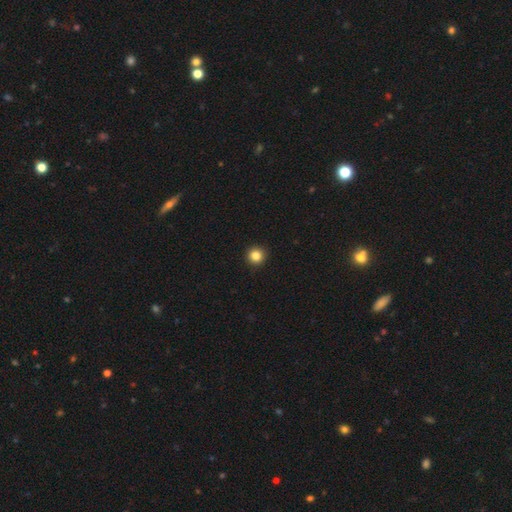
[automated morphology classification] A smooth galaxy with no disk features (85%) that is round (95%).

Vote fractions:
- Smooth or featured? smooth: 85% / star or artifact: 11% / featured or disk: 4%
- How rounded? round: 95% / in between: 4% / cigar-shaped: 1%
- Merging? none: 94% / minor disturbance: 4% / major disturbance: 1% / merger: 1%